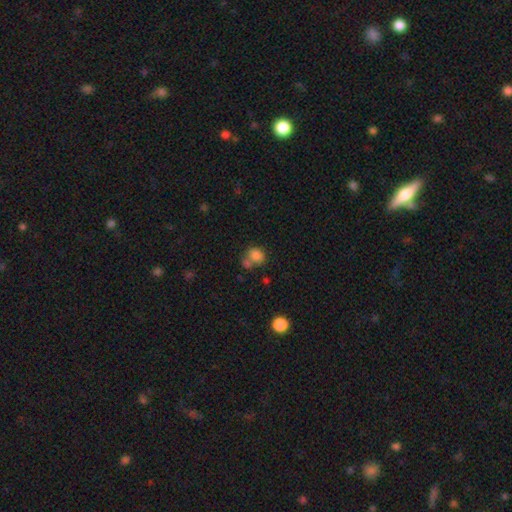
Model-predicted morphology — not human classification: Smooth or featured? smooth (81%)
How rounded? round (64%)
Merging? none (47%)